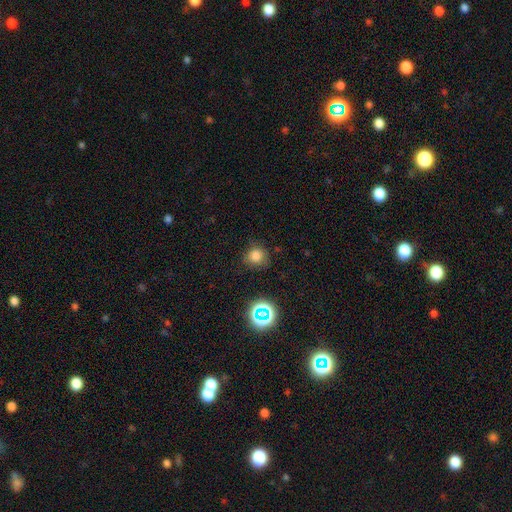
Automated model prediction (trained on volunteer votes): This is likely a smooth galaxy (76%). How rounded: clearly round (87%). Merging: likely none (75%).